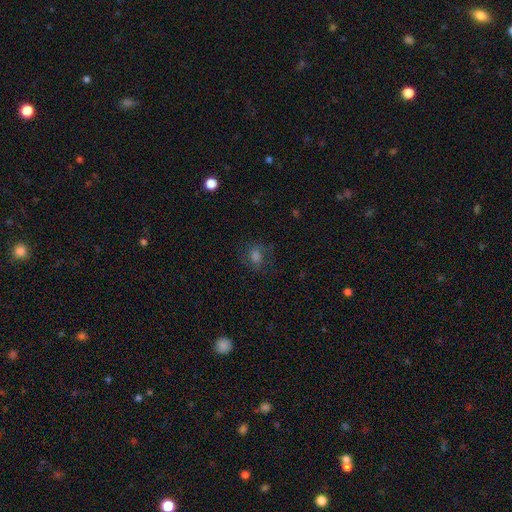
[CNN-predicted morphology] smooth 61%, star or artifact 24%, featured or disk 14%. Down the decision tree: how rounded — round (59%); merging — none (71%).